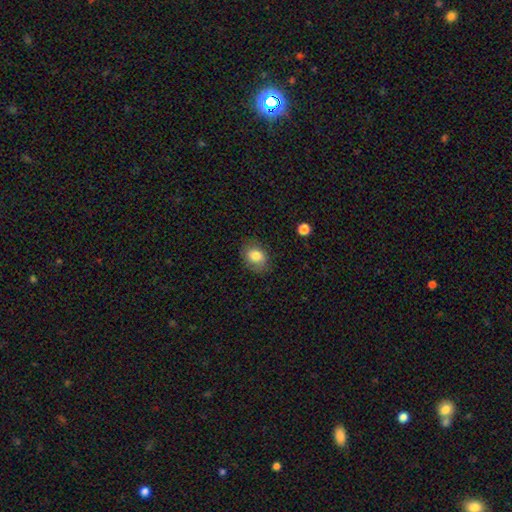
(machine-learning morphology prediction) Smooth or featured? Predicted: smooth (p=0.81). How rounded? Predicted: in between (p=0.65). Merging? Predicted: none (p=0.78).